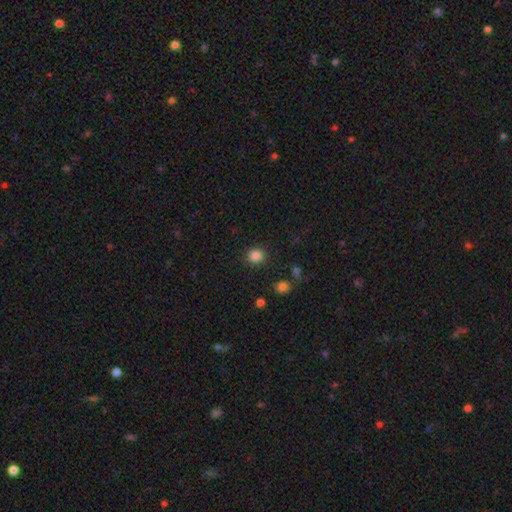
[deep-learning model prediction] smooth_or_featured: smooth (p=0.85) [alt: star or artifact p=0.11]
how_rounded: round (p=0.84) [alt: in between p=0.15]
merging: none (p=0.88) [alt: minor disturbance p=0.07]